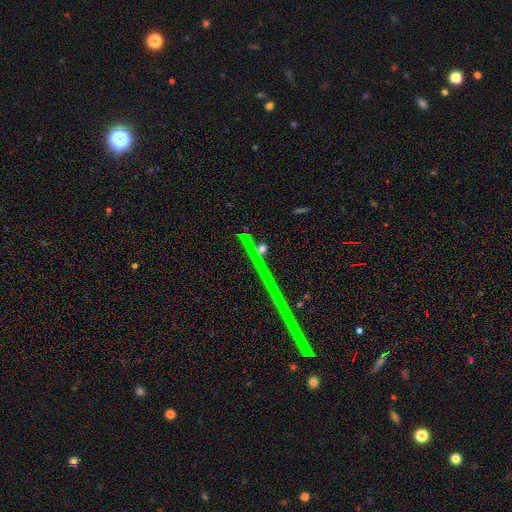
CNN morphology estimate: smooth-or-featured: star or artifact: 74% | featured or disk: 16% | smooth: 10%